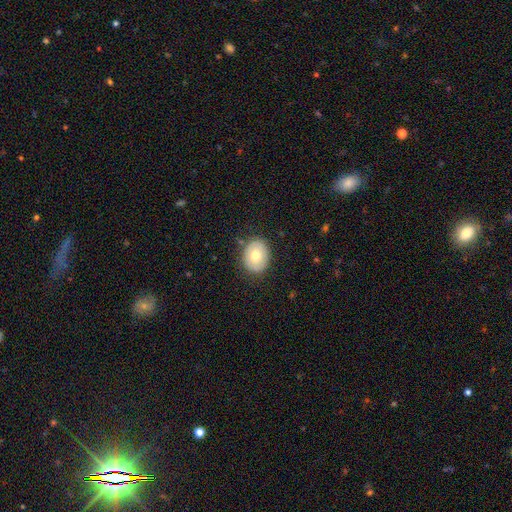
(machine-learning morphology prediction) Smooth or featured: smooth — 67% (featured or disk — 26%)
How rounded: round — 50% (in between — 49%)
Merging: none — 84% (minor disturbance — 12%)